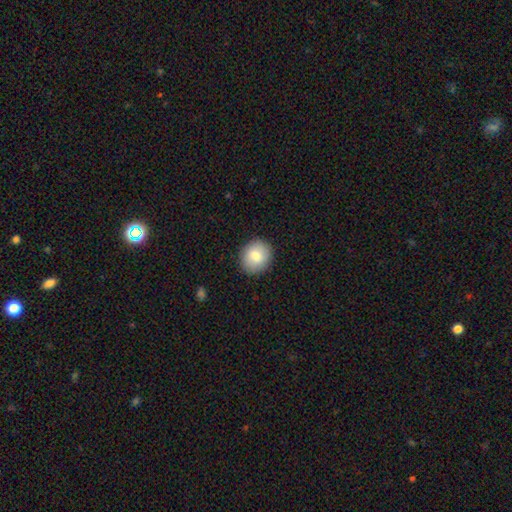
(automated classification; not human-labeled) Q: Smooth or featured?
A: smooth (81%); runner-up: featured or disk (12%)
Q: How rounded?
A: round (72%); runner-up: in between (27%)
Q: Merging?
A: none (89%); runner-up: minor disturbance (8%)